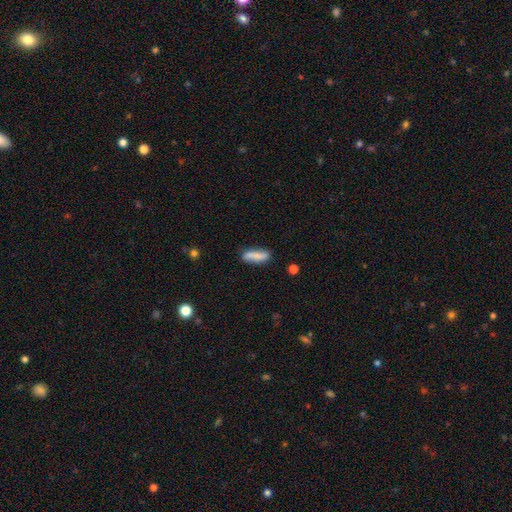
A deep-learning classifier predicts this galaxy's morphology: Q: Smooth or featured?
A: smooth (76%); runner-up: featured or disk (17%)
Q: How rounded?
A: cigar-shaped (55%); runner-up: in between (43%)
Q: Merging?
A: none (72%); runner-up: minor disturbance (19%)